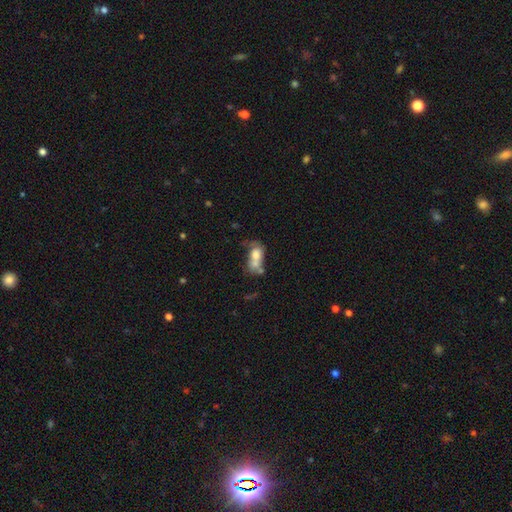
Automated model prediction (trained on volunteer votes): Smooth or featured?
  - smooth: 60% *
  - featured or disk: 30%
  - star or artifact: 11%
How rounded?
  - in between: 75% *
  - round: 20%
  - cigar-shaped: 5%
Merging?
  - merger: 49% *
  - none: 20%
  - major disturbance: 18%
  - minor disturbance: 14%